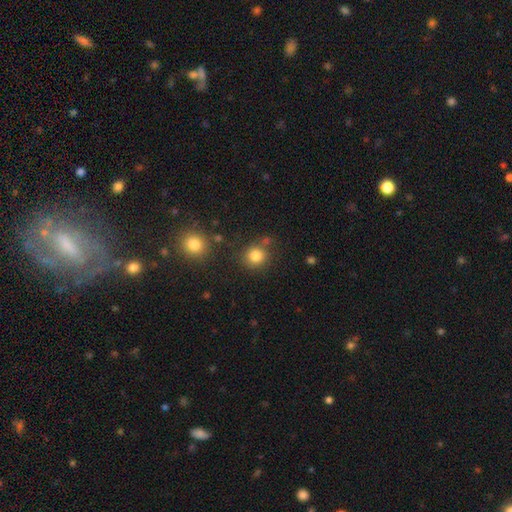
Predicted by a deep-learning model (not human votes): Q: Smooth or featured?
A: smooth (83%); runner-up: star or artifact (12%)
Q: How rounded?
A: round (88%); runner-up: in between (11%)
Q: Merging?
A: none (77%); runner-up: minor disturbance (10%)